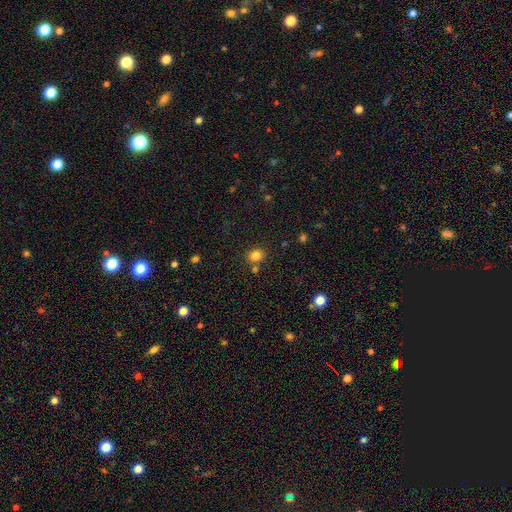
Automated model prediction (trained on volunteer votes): smooth-or-featured: smooth: 81% | star or artifact: 13% | featured or disk: 6%
  how-rounded: round: 71% | in between: 28% | cigar-shaped: 1%
  merging: none: 76% | merger: 12% | minor disturbance: 9% | major disturbance: 3%